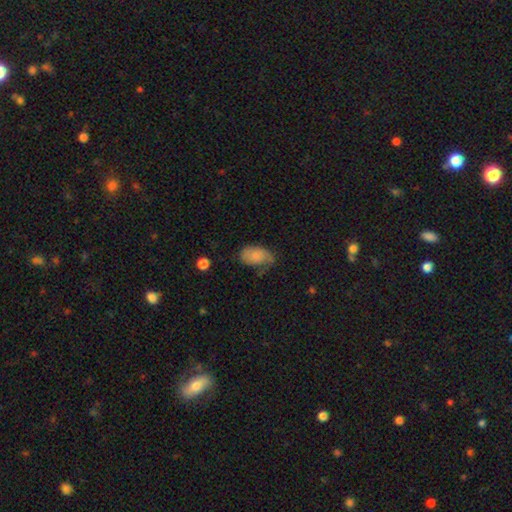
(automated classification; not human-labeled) The model was most divided on "merging": none: 51%, minor disturbance: 33%, major disturbance: 13%, merger: 2%. More confident: how rounded — in between (93%); smooth or featured — smooth (76%).